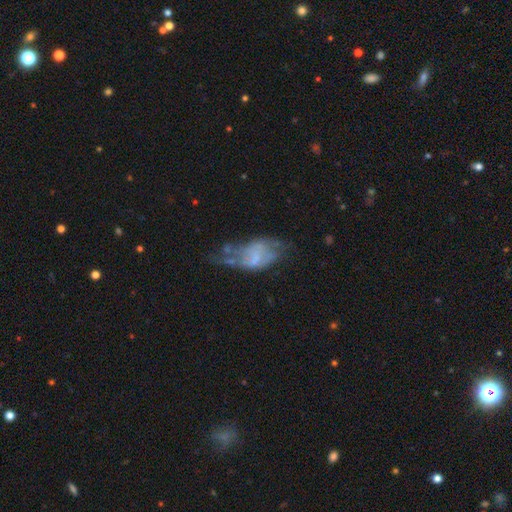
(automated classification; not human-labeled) Smooth or featured? featured or disk (57%)
Edge-on disk? no (96%)
Bar? no (67%)
Spiral arms? no (62%)
Bulge size? none (55%)
Merging? major disturbance (38%)